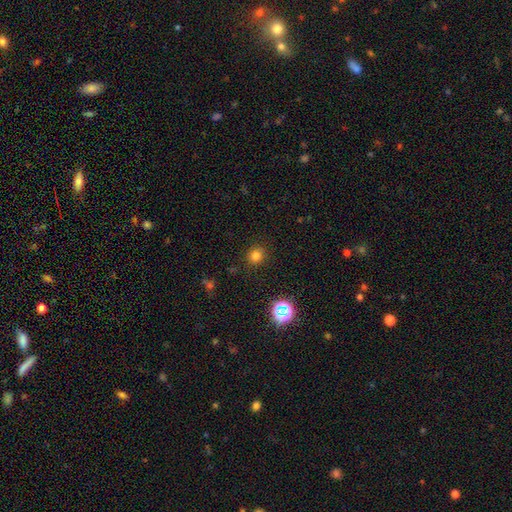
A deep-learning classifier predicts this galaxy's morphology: Overall: smooth (77%). How rounded: round (84%). Merging: none (88%).